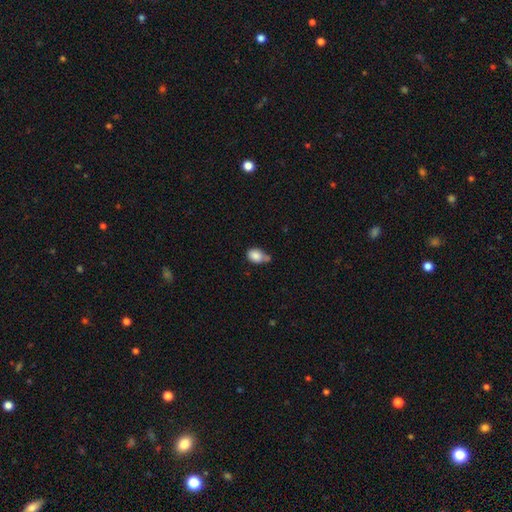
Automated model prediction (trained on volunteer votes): Smooth or featured: smooth — 84% (star or artifact — 8%)
How rounded: in between — 75% (round — 23%)
Merging: none — 38% (minor disturbance — 31%)